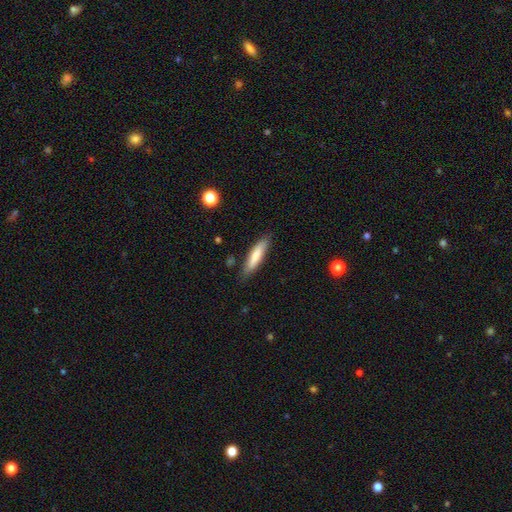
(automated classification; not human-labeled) This appears to be a smooth galaxy with no disk features (74%) that is cigar-shaped (79%). Merging: none (81%).